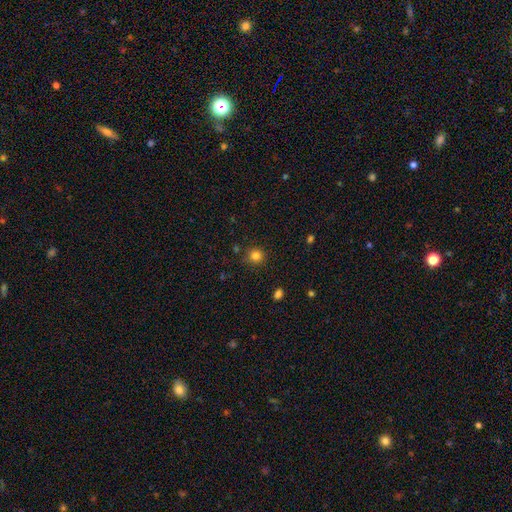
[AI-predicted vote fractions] Smooth or featured: smooth — 82% (star or artifact — 13%)
How rounded: round — 90% (in between — 10%)
Merging: none — 87% (minor disturbance — 8%)